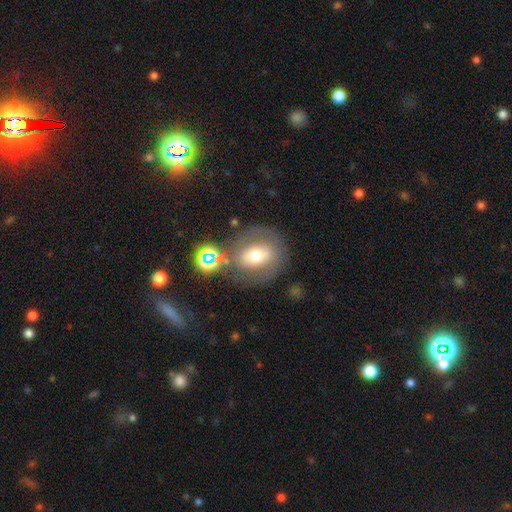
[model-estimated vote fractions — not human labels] This appears to be a smooth galaxy with no disk features (50%) that is round (56%). Merging: none (66%).